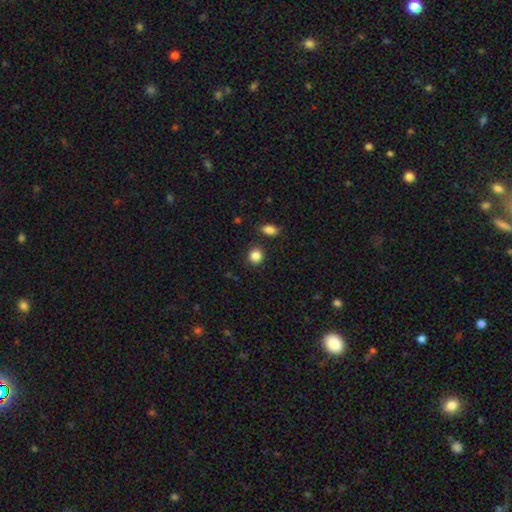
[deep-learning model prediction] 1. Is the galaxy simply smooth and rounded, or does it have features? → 86% smooth, 10% star or artifact, 4% featured or disk.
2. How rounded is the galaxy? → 82% round, 17% in between, 1% cigar-shaped.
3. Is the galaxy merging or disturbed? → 86% none, 8% minor disturbance, 4% merger, 2% major disturbance.